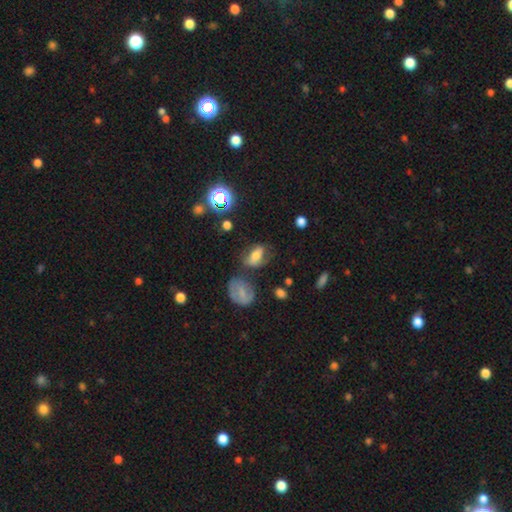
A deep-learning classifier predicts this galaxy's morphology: Smooth or featured: smooth — 56% (featured or disk — 29%)
How rounded: in between — 81% (round — 12%)
Merging: none — 48% (minor disturbance — 22%)